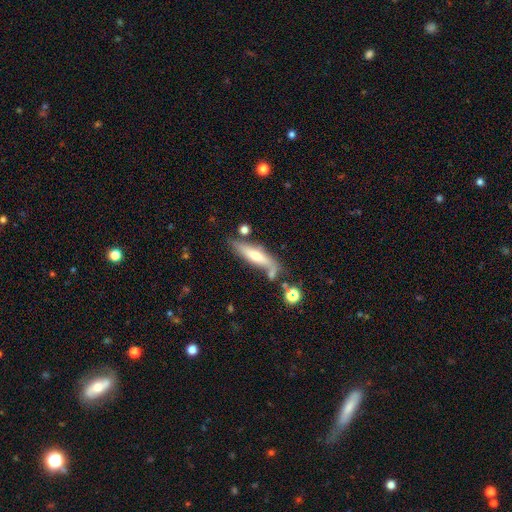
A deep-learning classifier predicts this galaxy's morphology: Smooth or featured? Predicted: smooth (p=0.47). Merging? Predicted: none (p=0.60).